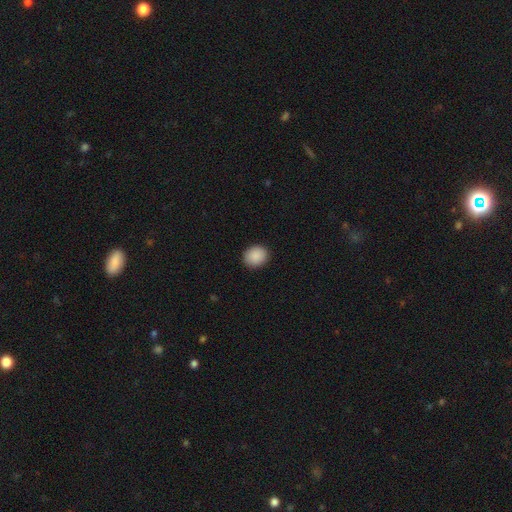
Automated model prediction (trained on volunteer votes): Overall: smooth (90%). How rounded: round (67%; in between 32%). Merging: none (91%).